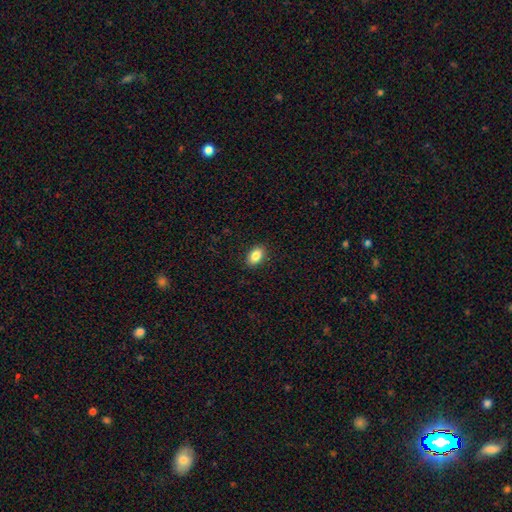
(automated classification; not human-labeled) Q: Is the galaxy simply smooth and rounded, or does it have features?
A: smooth — 86%.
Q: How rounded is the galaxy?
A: in between — 89%.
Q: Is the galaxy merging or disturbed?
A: none — 89%.